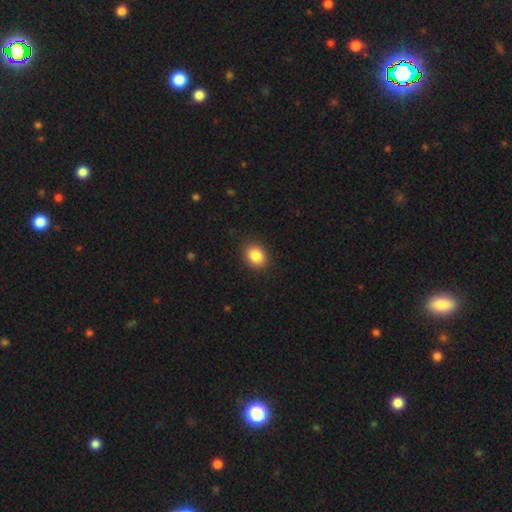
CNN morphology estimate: This is clearly a smooth galaxy (86%). How rounded: possibly in between (55%). Merging: clearly none (89%).